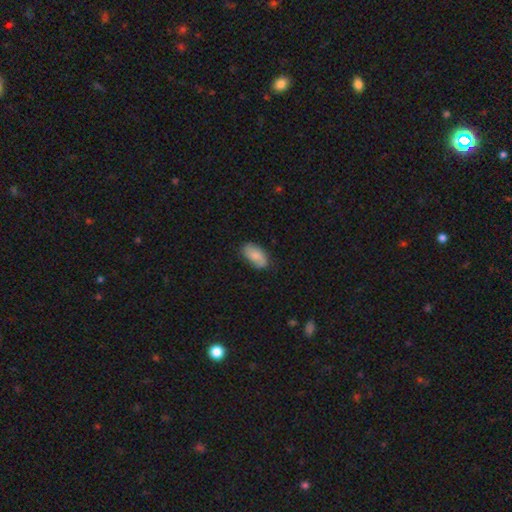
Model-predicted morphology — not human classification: Smooth or featured? smooth (73%)
How rounded? in between (93%)
Merging? none (73%)